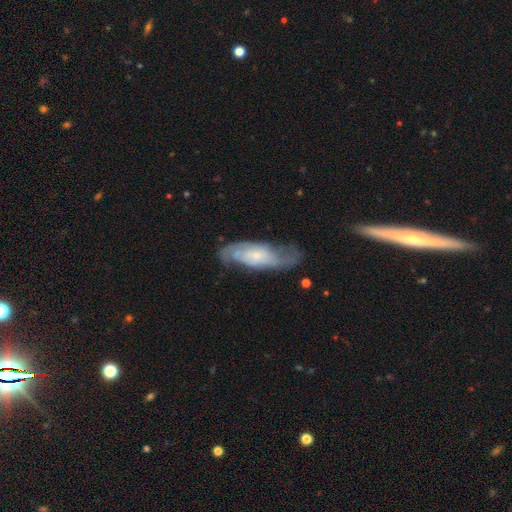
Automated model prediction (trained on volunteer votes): A featured or disk galaxy (68%) with no bar (70%), 2 (66%) medium (41%) spiral arms (87%) and a small central bulge (69%).

Vote fractions:
- Smooth or featured? featured or disk: 68% / smooth: 26% / star or artifact: 6%
- Edge-on disk? no: 85% / yes: 15%
- Bar? no: 70% / weak: 24% / strong: 6%
- Spiral arms? yes: 87% / no: 13%
- Spiral winding? medium: 41% / tight: 36% / loose: 23%
- Spiral arm count? 2: 66% / can't tell: 24% / 1: 4% / 3: 4% / 4: 2% / more than 4: 2%
- Bulge size? small: 69% / moderate: 21% / none: 5% / large: 3% / dominant: 1%
- Merging? none: 62% / minor disturbance: 24% / major disturbance: 12% / merger: 2%